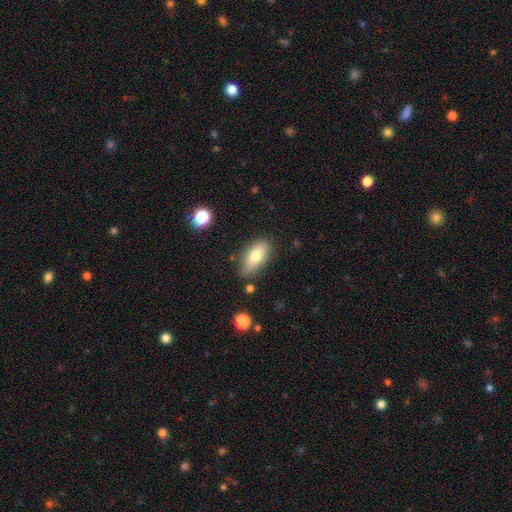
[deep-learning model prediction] Q: Smooth or featured?
A: smooth (73%); runner-up: featured or disk (19%)
Q: How rounded?
A: in between (83%); runner-up: cigar-shaped (13%)
Q: Merging?
A: none (75%); runner-up: minor disturbance (18%)